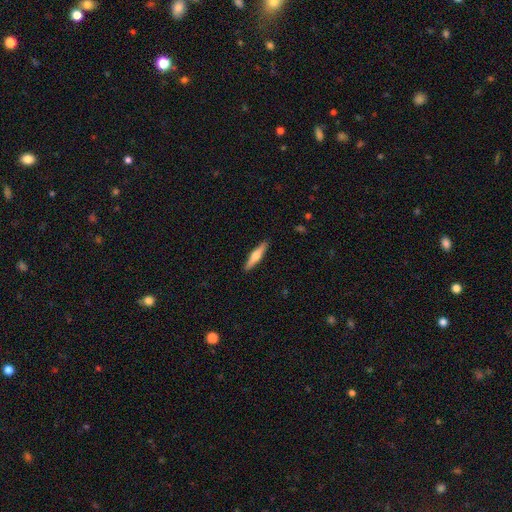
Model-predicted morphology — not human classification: Smooth or featured: featured or disk — 49% (smooth — 46%)
Merging: none — 91% (minor disturbance — 6%)